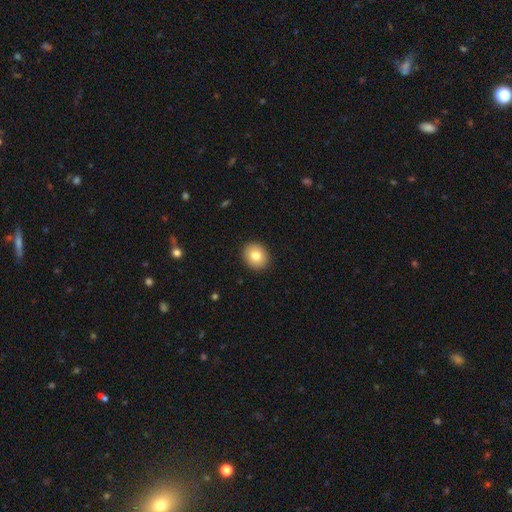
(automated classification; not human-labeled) Morphology: type=smooth (79%); roundness=round (68%); merging=none (91%).